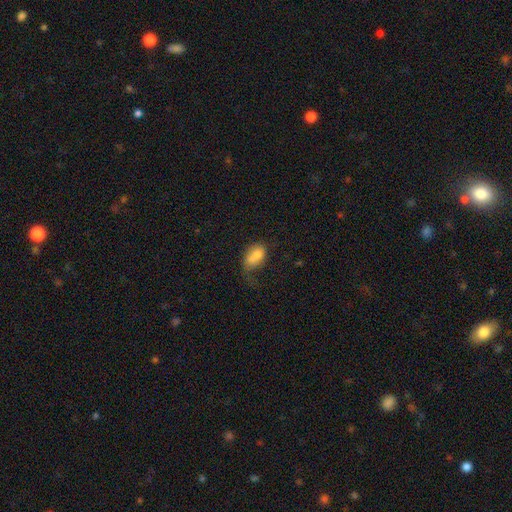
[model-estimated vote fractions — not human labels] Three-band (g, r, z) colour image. It shows a smooth galaxy with no disk features (75%) that is in between round and cigar-shaped (86%). Merging: major disturbance (29%).